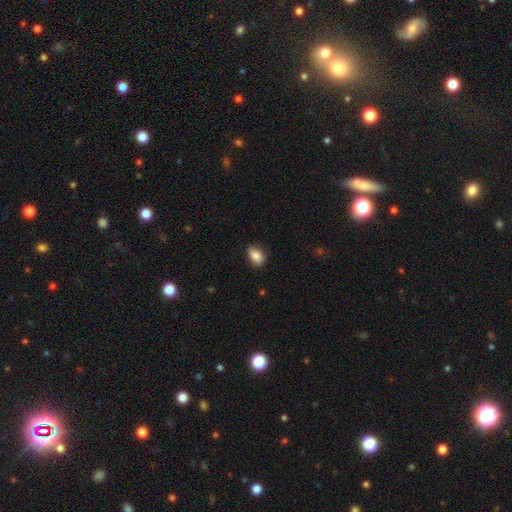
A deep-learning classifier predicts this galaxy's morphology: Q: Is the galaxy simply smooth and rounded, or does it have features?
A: smooth — 86%.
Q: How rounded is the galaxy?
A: in between — 86%.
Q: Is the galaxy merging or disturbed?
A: none — 82%.